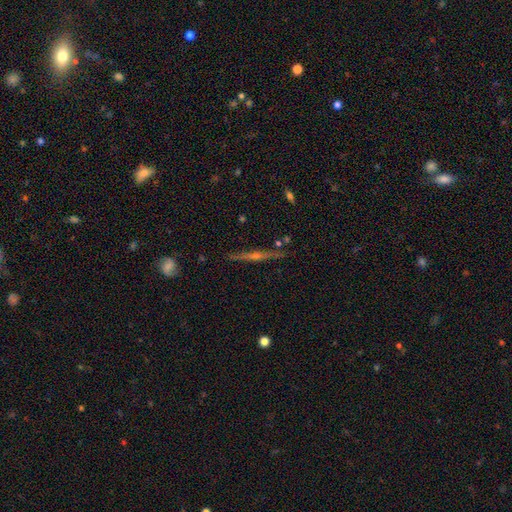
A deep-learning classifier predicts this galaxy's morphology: A featured or disk galaxy (82%) viewed edge-on (98%) with a rounded central bulge (90%). Merging: none (90%).